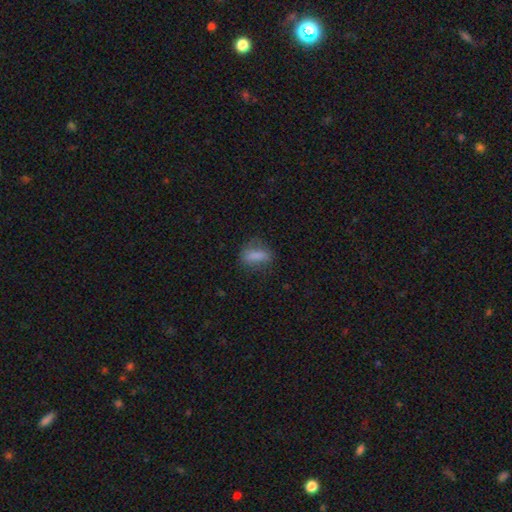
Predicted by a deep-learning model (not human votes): This appears to be a smooth galaxy with no disk features (73%) that is in between round and cigar-shaped (66%). Merging: none (66%).